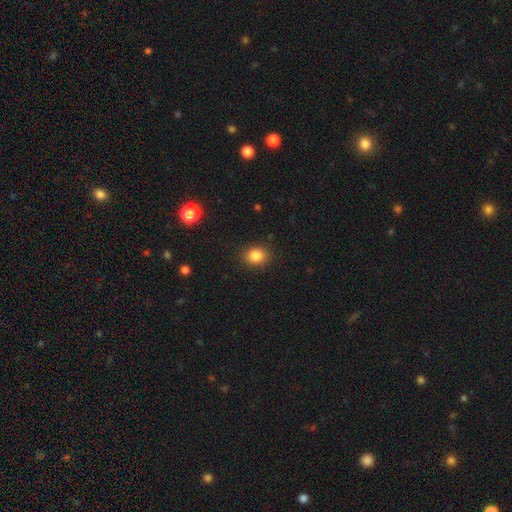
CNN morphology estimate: This is clearly a smooth galaxy (85%). How rounded: possibly round (59%). Merging: clearly none (88%).